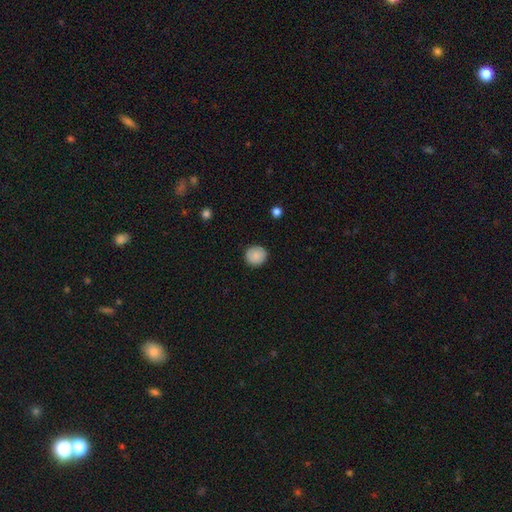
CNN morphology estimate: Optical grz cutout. It shows a smooth galaxy with no disk features (87%) that is round (90%). Merging: none (90%).